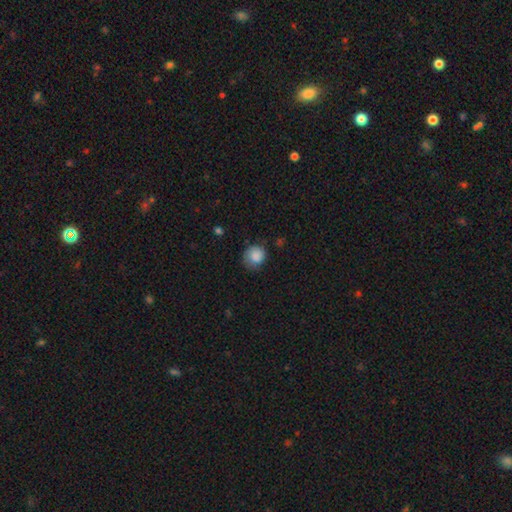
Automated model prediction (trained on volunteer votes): This is clearly a smooth galaxy (84%). How rounded: clearly round (80%). Merging: likely none (62%).